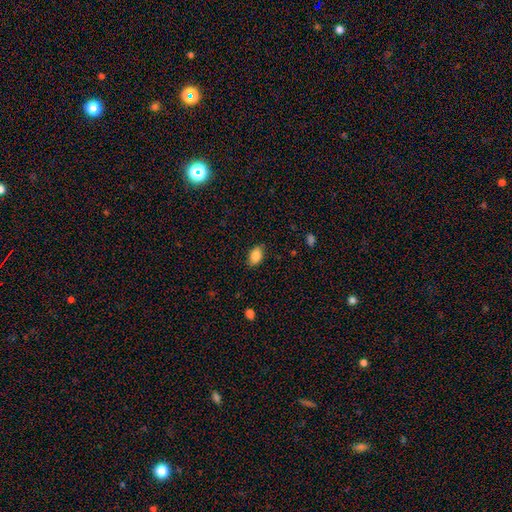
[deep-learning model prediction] This is clearly a smooth galaxy (85%). How rounded: clearly in between (88%). Merging: clearly none (82%).